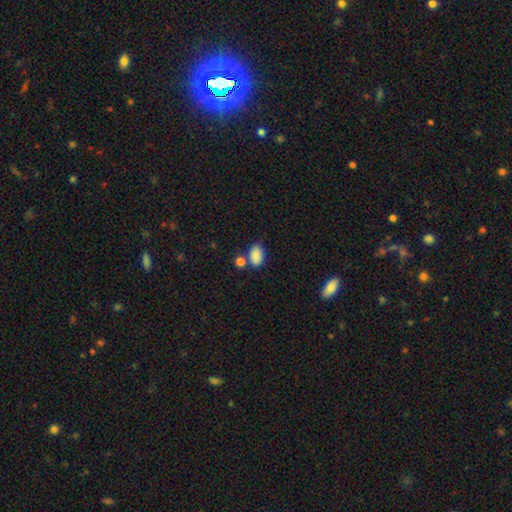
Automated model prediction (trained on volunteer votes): The model was most divided on "merging": none: 64%, merger: 18%, minor disturbance: 14%, major disturbance: 4%. More confident: how rounded — in between (88%); smooth or featured — smooth (87%).